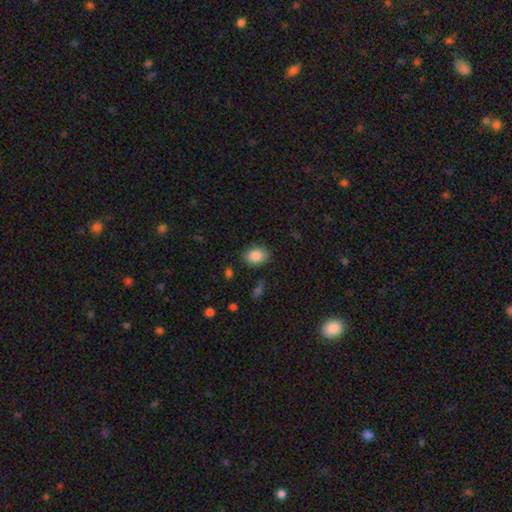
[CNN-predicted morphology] Smooth or featured? Predicted: smooth (p=0.87). How rounded? Predicted: in between (p=0.64). Merging? Predicted: none (p=0.82).